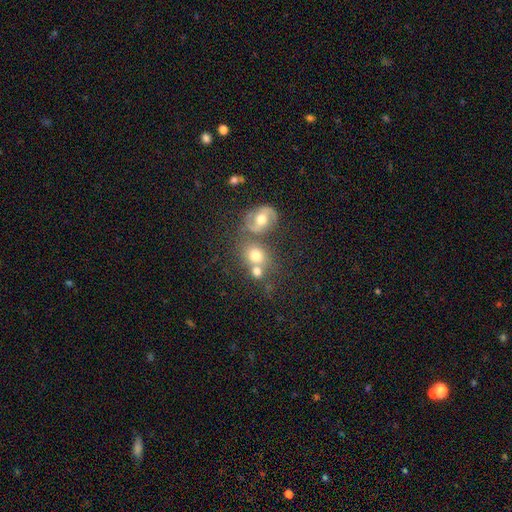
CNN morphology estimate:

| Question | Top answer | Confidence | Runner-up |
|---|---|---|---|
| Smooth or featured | smooth | 65% | featured or disk (24%) |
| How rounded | round | 65% | in between (34%) |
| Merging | none | 50% | merger (34%) |